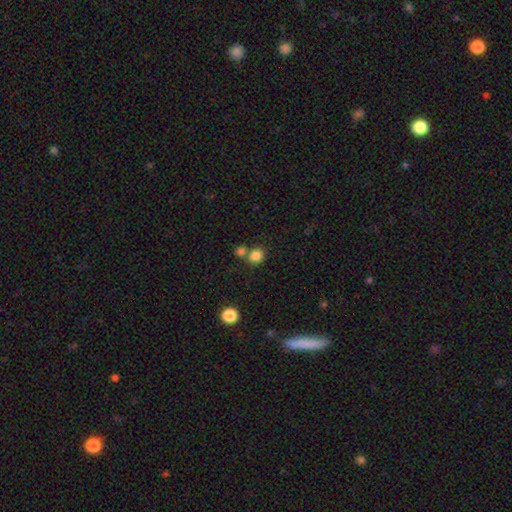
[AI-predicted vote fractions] This is clearly a smooth galaxy (83%). How rounded: likely round (73%). Merging: possibly none (59%).